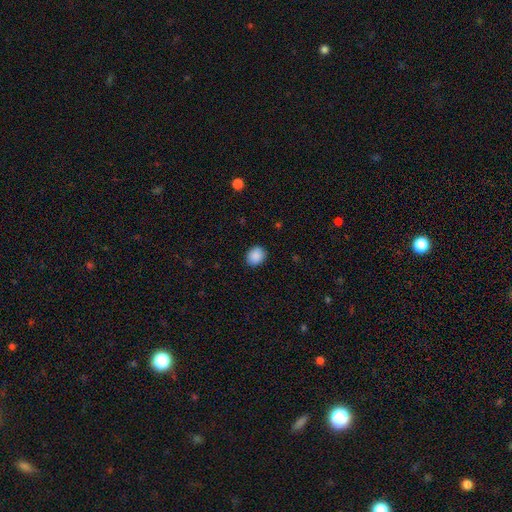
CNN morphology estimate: Q: Smooth or featured?
A: smooth (90%); runner-up: star or artifact (8%)
Q: How rounded?
A: round (59%); runner-up: in between (40%)
Q: Merging?
A: none (89%); runner-up: minor disturbance (8%)